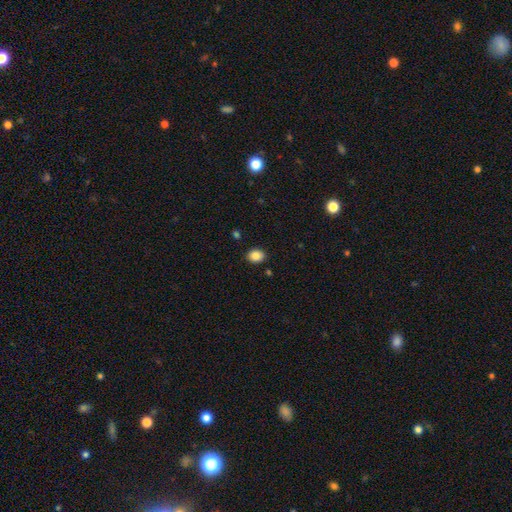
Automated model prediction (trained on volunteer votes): Q: Smooth or featured?
A: smooth (86%); runner-up: star or artifact (9%)
Q: How rounded?
A: in between (57%); runner-up: round (42%)
Q: Merging?
A: none (88%); runner-up: minor disturbance (8%)